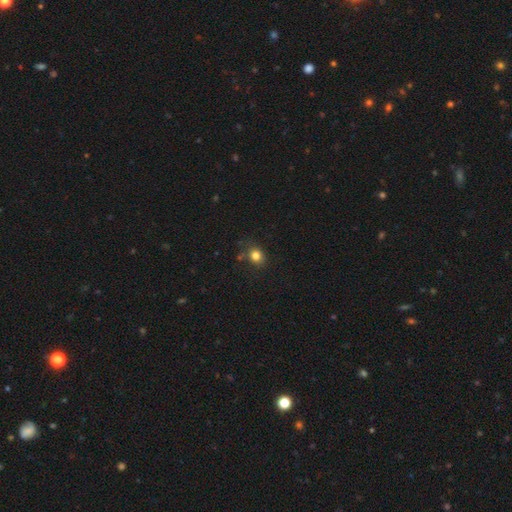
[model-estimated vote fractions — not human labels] Smooth or featured? Predicted: smooth (p=0.81). How rounded? Predicted: round (p=0.68). Merging? Predicted: none (p=0.78).